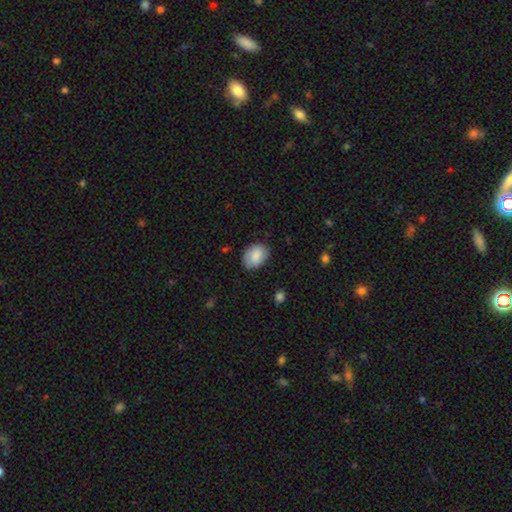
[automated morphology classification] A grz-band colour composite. It shows a smooth galaxy with no disk features (83%) that is in between round and cigar-shaped (78%). Merging: none (78%).